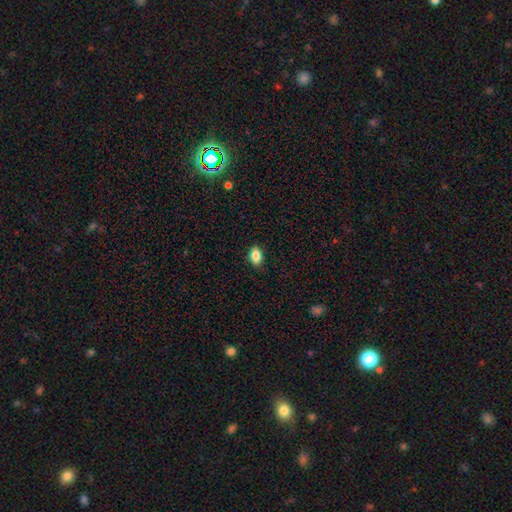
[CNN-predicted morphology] Smooth or featured? Predicted: smooth (p=0.86). How rounded? Predicted: in between (p=0.87). Merging? Predicted: none (p=0.87).